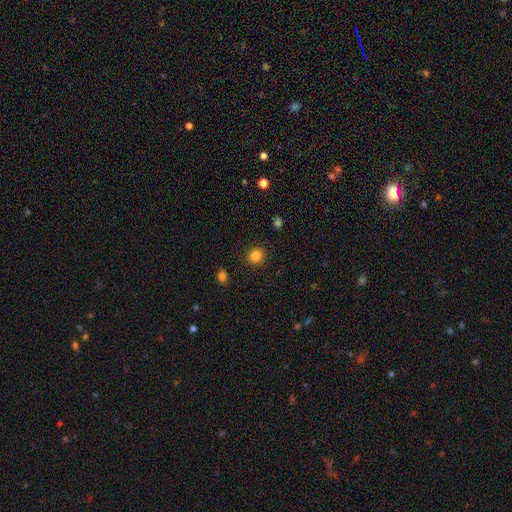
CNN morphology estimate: type=smooth (84%); roundness=round (88%); merging=none (91%).